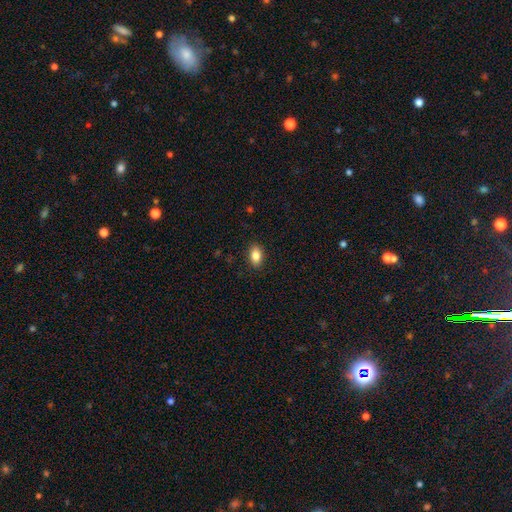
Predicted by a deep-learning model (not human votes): Smooth or featured?
  - smooth: 86% *
  - star or artifact: 8%
  - featured or disk: 6%
How rounded?
  - in between: 89% *
  - round: 9%
  - cigar-shaped: 2%
Merging?
  - none: 89% *
  - minor disturbance: 8%
  - major disturbance: 2%
  - merger: 1%